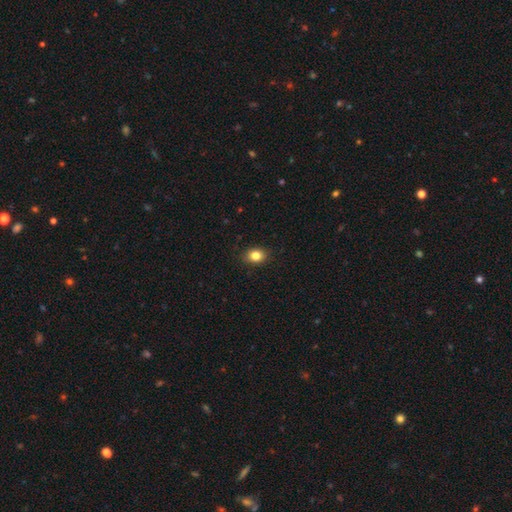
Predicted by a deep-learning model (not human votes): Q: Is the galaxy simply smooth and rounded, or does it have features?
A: smooth — 83%.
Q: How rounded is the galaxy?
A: in between — 55%.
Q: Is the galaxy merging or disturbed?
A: none — 89%.